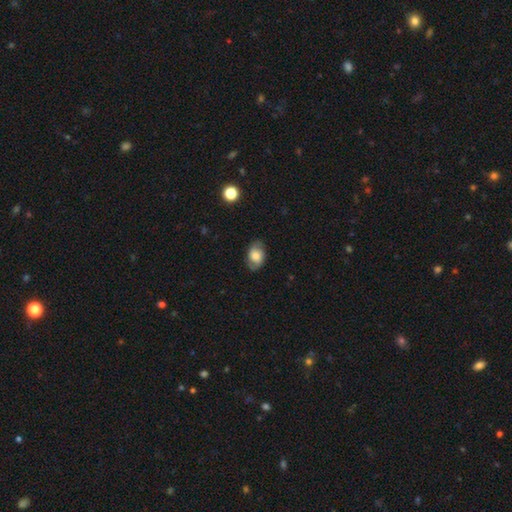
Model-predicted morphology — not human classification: type=smooth (48%); merging=none (78%).